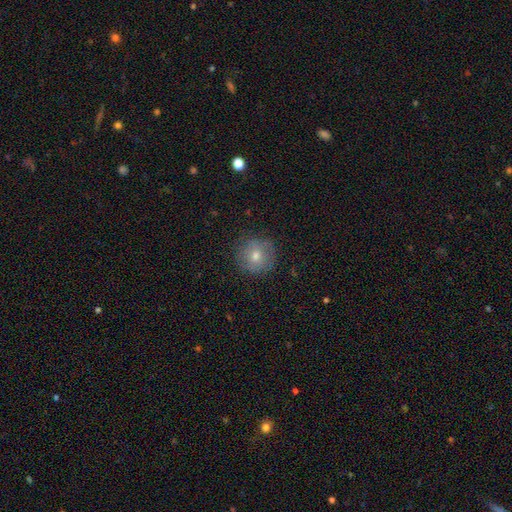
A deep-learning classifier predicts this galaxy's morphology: Smooth or featured?
  - smooth: 61% *
  - featured or disk: 27%
  - star or artifact: 12%
How rounded?
  - round: 94% *
  - in between: 5%
  - cigar-shaped: 1%
Merging?
  - none: 85% *
  - minor disturbance: 11%
  - major disturbance: 3%
  - merger: 1%